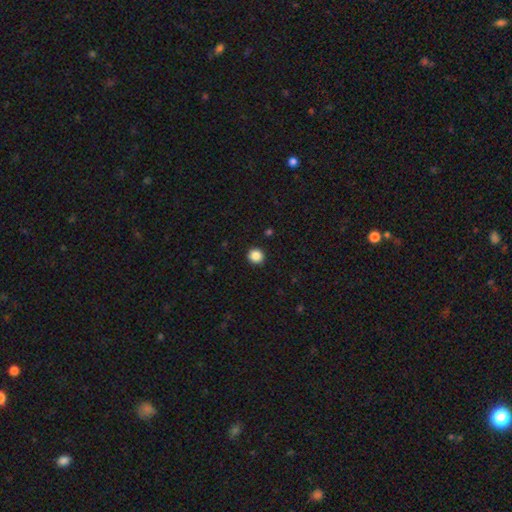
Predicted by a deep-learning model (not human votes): smooth 88%, star or artifact 10%, featured or disk 3%. Down the decision tree: how rounded — round (93%); merging — none (93%).